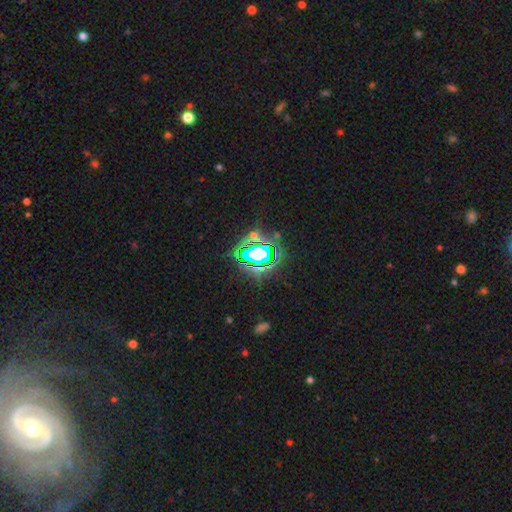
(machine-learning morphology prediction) Smooth or featured: star or artifact — 73% (smooth — 15%)